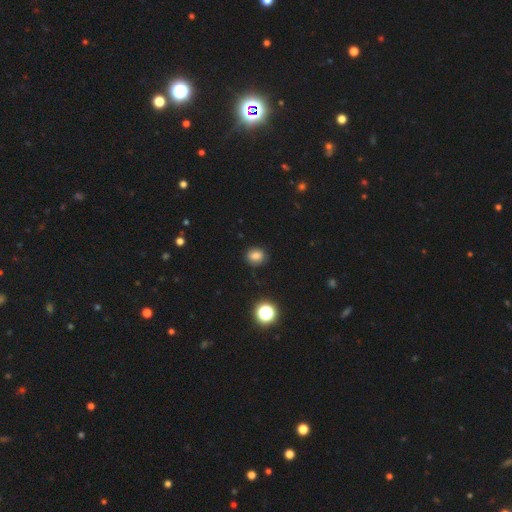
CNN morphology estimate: smooth 79%, star or artifact 14%, featured or disk 7%. Down the decision tree: how rounded — round (63%); merging — none (86%).